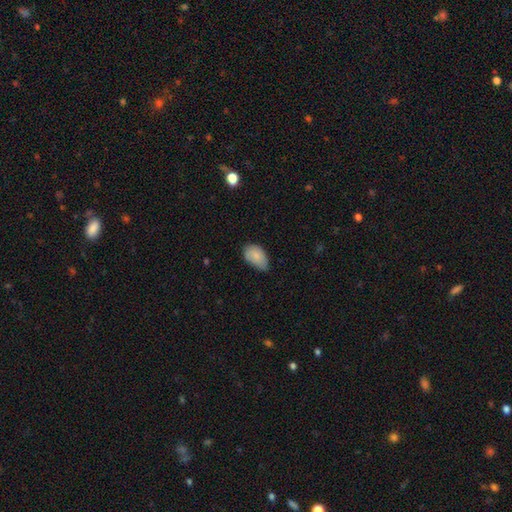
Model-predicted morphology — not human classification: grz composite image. It shows a smooth galaxy with no disk features (84%) that is in between round and cigar-shaped (91%). Merging: none (49%).